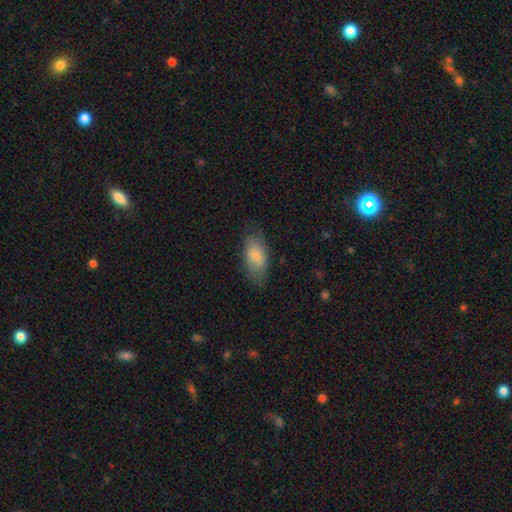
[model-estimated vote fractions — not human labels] Smooth or featured? smooth (75%)
How rounded? in between (90%)
Merging? none (73%)